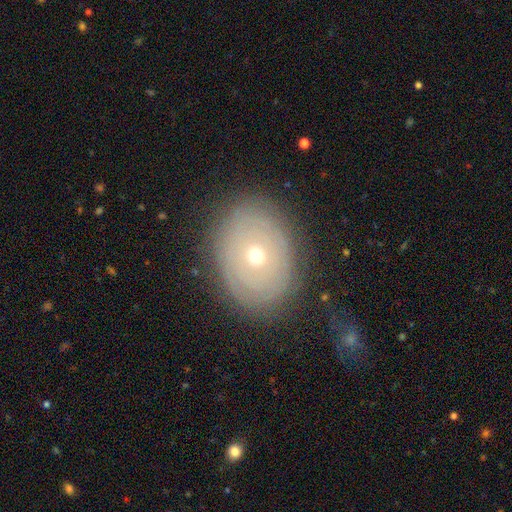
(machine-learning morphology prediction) Smooth or featured? featured or disk (49%)
Merging? none (83%)